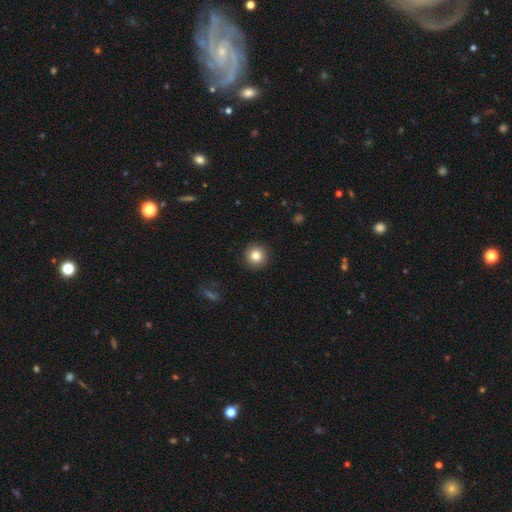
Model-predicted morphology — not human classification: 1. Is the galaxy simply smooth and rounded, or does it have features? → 83% smooth, 10% star or artifact, 8% featured or disk.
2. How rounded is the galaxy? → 94% round, 5% in between, 1% cigar-shaped.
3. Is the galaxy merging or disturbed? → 91% none, 6% minor disturbance, 2% major disturbance, 1% merger.